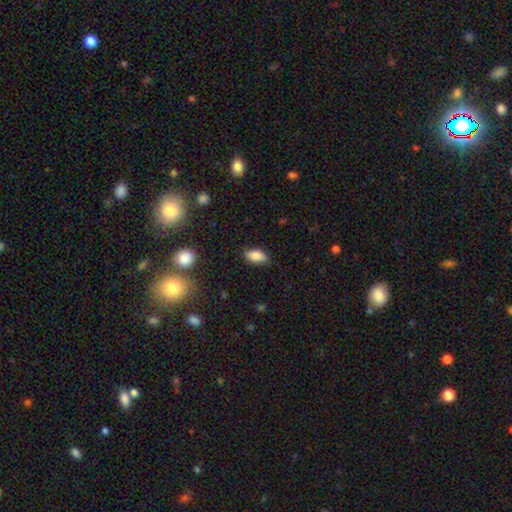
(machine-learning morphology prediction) Smooth or featured? Predicted: smooth (p=0.83). How rounded? Predicted: in between (p=0.91). Merging? Predicted: none (p=0.80).